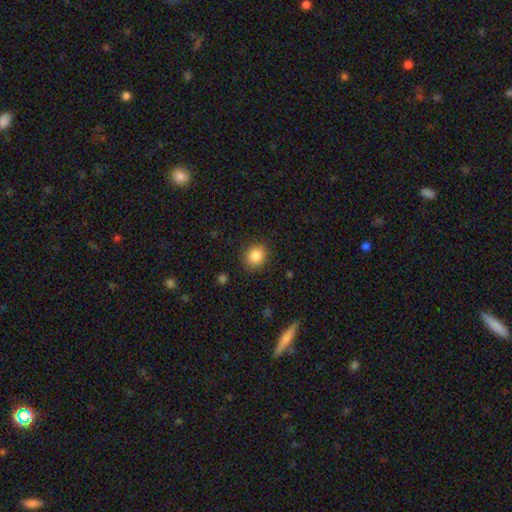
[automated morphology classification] Overall: smooth (86%). How rounded: round (79%). Merging: none (88%).